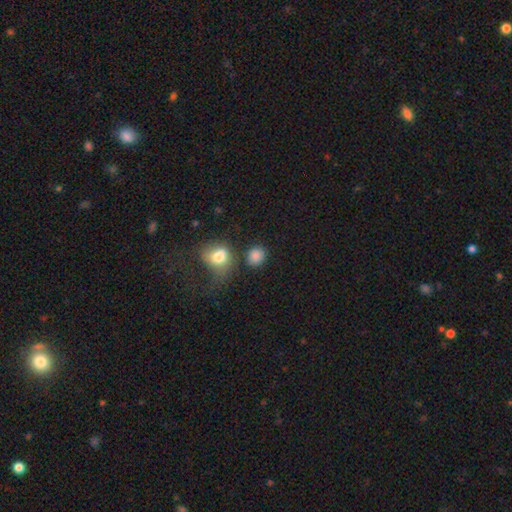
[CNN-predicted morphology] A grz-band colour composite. It shows a smooth galaxy with no disk features (84%) that is round (75%). Merging: none (73%).